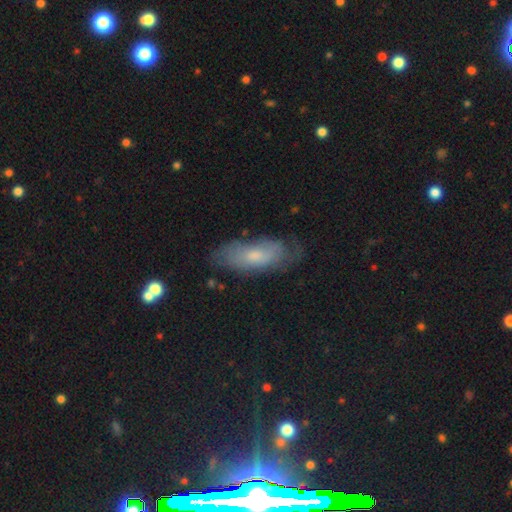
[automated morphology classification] Q: Smooth or featured?
A: smooth (51%); runner-up: featured or disk (39%)
Q: How rounded?
A: in between (76%); runner-up: cigar-shaped (22%)
Q: Merging?
A: none (59%); runner-up: minor disturbance (27%)